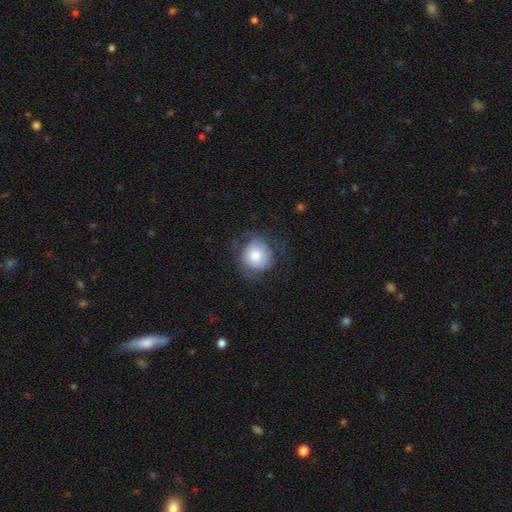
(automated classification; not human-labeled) Q: Smooth or featured?
A: smooth (61%); runner-up: featured or disk (31%)
Q: How rounded?
A: round (84%); runner-up: in between (15%)
Q: Merging?
A: none (58%); runner-up: minor disturbance (23%)